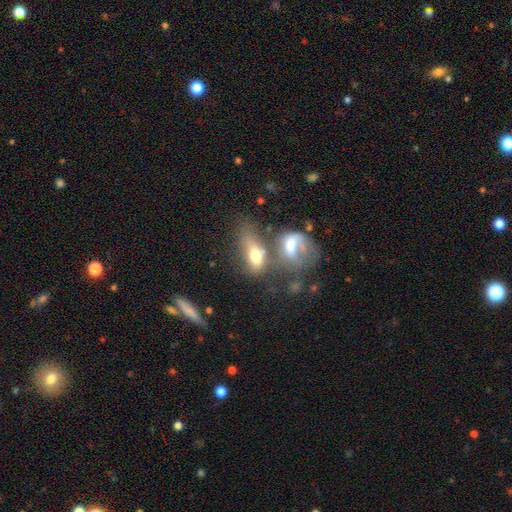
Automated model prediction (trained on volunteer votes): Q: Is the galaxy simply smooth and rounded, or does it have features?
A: smooth — 59%.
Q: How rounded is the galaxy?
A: in between — 76%.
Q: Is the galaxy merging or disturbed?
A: merger — 56%.